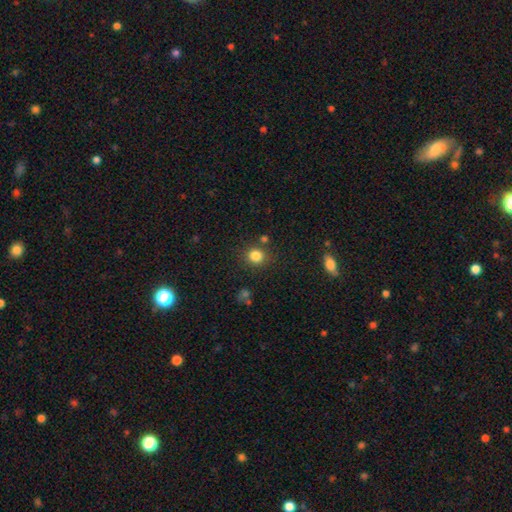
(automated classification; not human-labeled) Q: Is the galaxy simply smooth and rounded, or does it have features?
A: smooth — 82%.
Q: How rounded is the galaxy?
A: round — 86%.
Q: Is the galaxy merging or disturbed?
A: none — 82%.